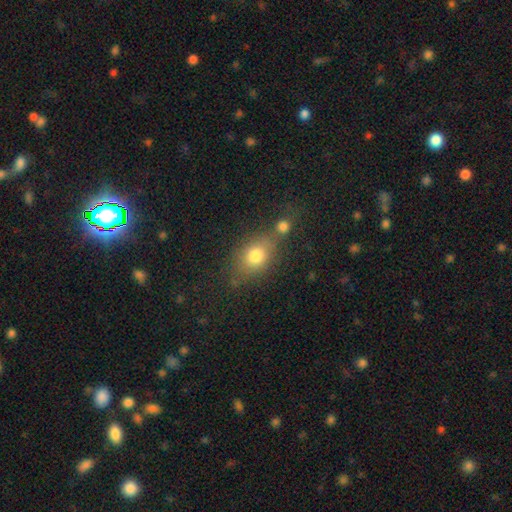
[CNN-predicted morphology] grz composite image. It shows a smooth galaxy with no disk features (76%) that is in between round and cigar-shaped (61%). Merging: none (51%).